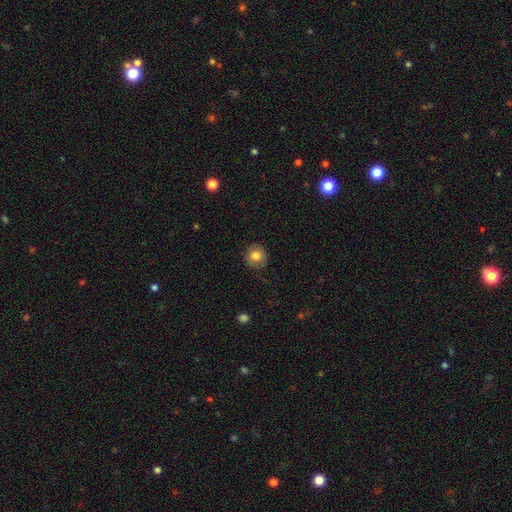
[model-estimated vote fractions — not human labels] Overall: smooth (79%). How rounded: round (88%). Merging: none (86%).